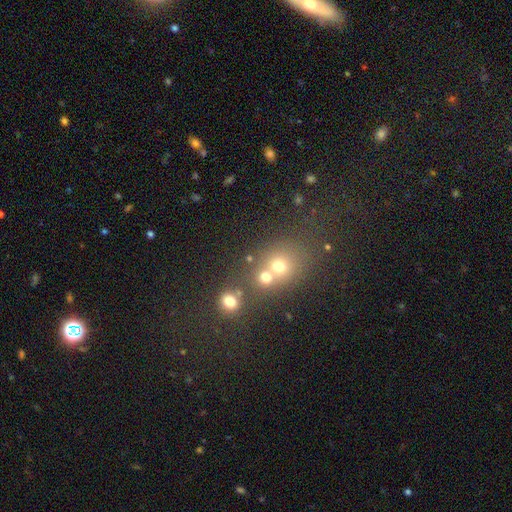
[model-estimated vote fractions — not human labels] A smooth galaxy with no disk features (45%). Merging: none (46%).